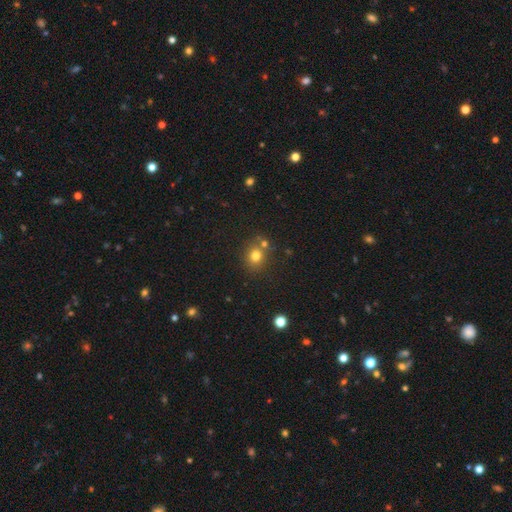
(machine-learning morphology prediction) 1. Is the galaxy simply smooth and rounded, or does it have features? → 77% smooth, 15% star or artifact, 8% featured or disk.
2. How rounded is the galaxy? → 75% round, 24% in between, 1% cigar-shaped.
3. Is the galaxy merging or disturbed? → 69% none, 17% merger, 11% minor disturbance, 4% major disturbance.